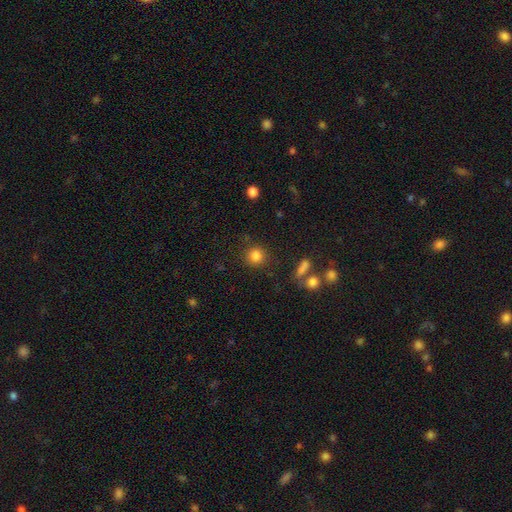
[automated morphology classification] This appears to be a smooth galaxy with no disk features (84%) that is round (91%). Merging: none (86%).